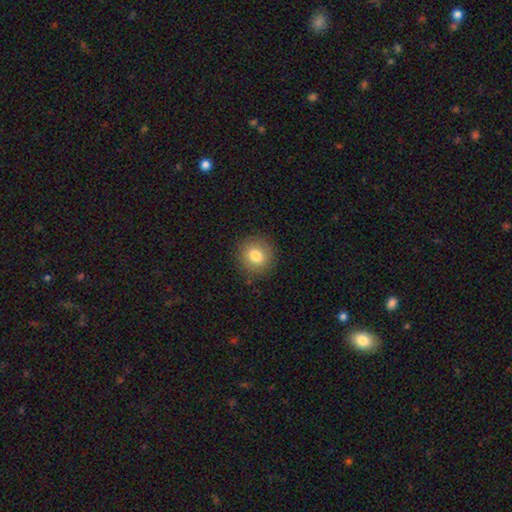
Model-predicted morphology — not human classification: This appears to be a smooth galaxy with no disk features (80%) that is round (87%). Merging: none (88%).